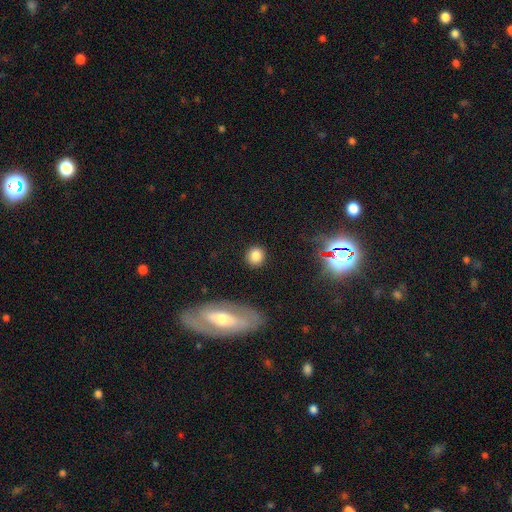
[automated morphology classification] type=smooth (82%); roundness=round (89%); merging=none (89%).